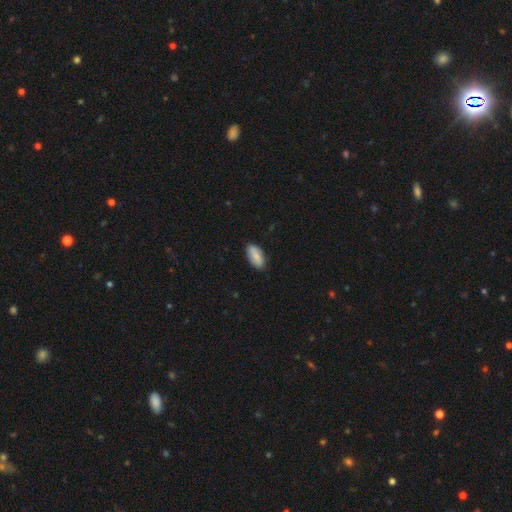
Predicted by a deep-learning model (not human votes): This is likely a smooth galaxy (80%). How rounded: clearly in between (92%). Merging: clearly none (84%).